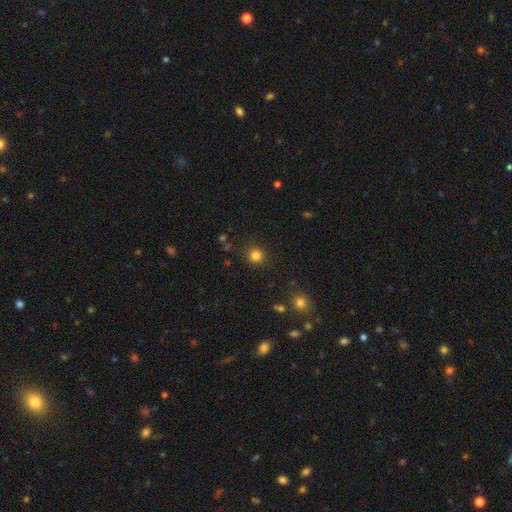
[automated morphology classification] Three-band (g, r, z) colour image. It shows a smooth galaxy with no disk features (82%) that is round (92%). Merging: none (89%).